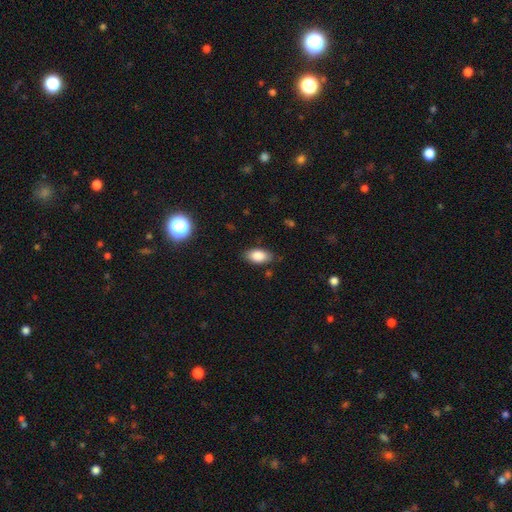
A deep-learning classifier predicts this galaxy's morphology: Smooth or featured?
  - smooth: 84% *
  - star or artifact: 8%
  - featured or disk: 7%
How rounded?
  - in between: 91% *
  - cigar-shaped: 4%
  - round: 4%
Merging?
  - none: 82% *
  - minor disturbance: 13%
  - major disturbance: 3%
  - merger: 1%